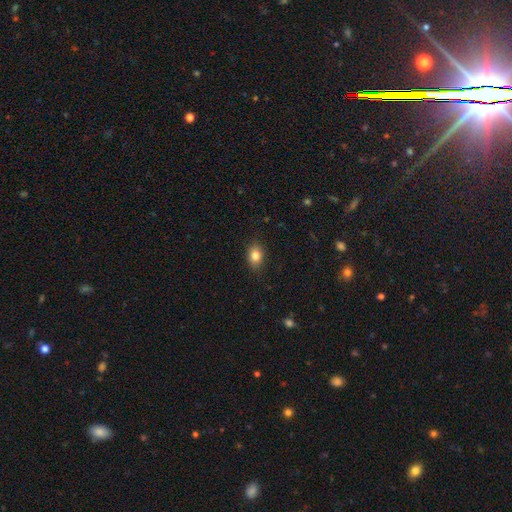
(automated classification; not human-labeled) This appears to be a smooth galaxy with no disk features (83%) that is in between round and cigar-shaped (76%). Merging: none (87%).